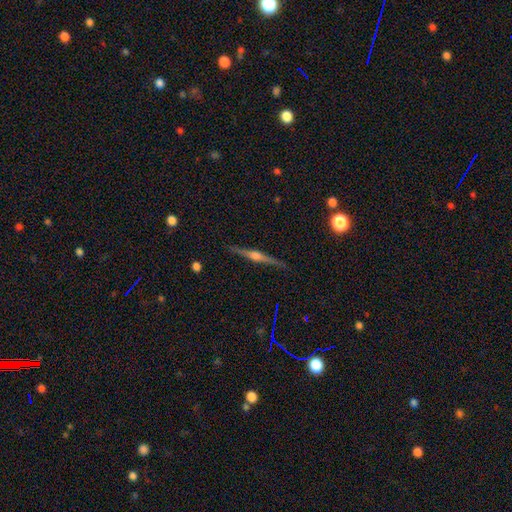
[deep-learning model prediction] Smooth or featured: featured or disk — 83% (smooth — 11%)
Edge-on disk: yes — 98% (no — 2%)
Edge-on bulge: rounded — 88% (boxy — 8%)
Merging: none — 90% (minor disturbance — 7%)